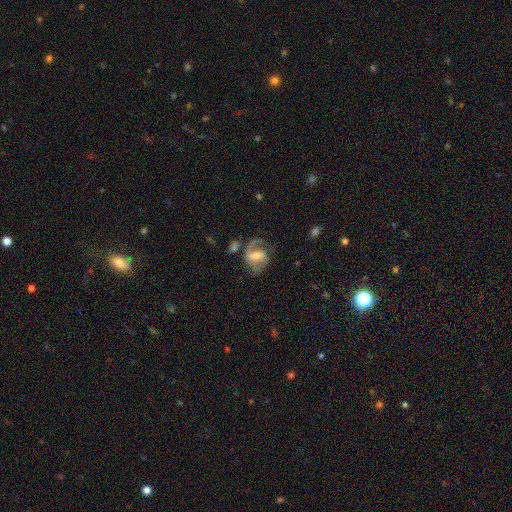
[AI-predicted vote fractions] The model was most divided on "bulge size" (2-way tie): moderate: 34%, small: 34%, none: 18%, large: 12%, dominant: 2%. Remaining: edge-on disk — no (97%); spiral arms — yes (89%); smooth or featured — featured or disk (75%); spiral arm count — 2 (60%); merging — none (50%); spiral winding — medium (50%); bar — weak (47%).